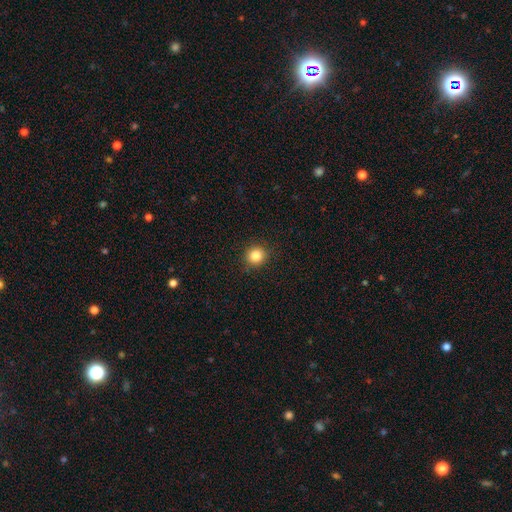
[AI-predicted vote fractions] A smooth galaxy with no disk features (86%) that is round (88%). Merging: none (89%).